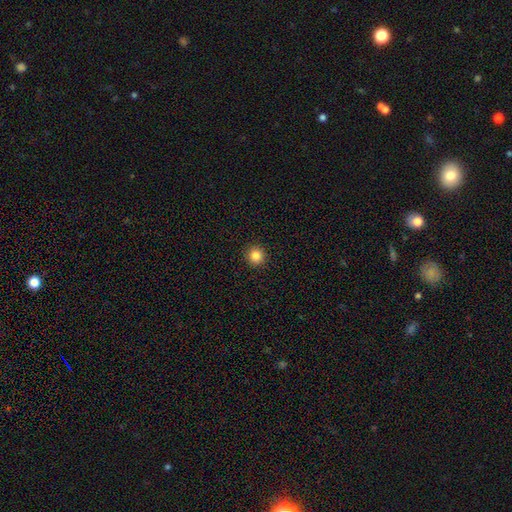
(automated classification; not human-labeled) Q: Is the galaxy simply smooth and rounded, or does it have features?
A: smooth — 85%.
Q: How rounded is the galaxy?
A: round — 94%.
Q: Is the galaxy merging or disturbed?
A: none — 93%.